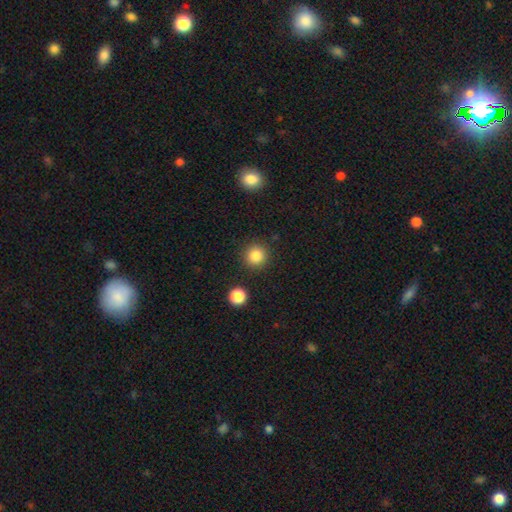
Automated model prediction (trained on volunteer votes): Overall: smooth (85%). How rounded: round (94%). Merging: none (89%).